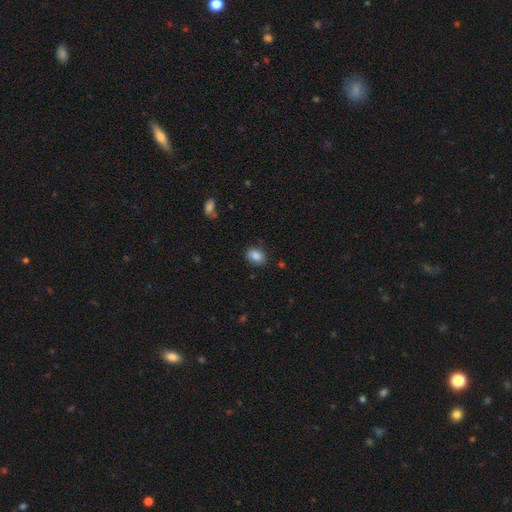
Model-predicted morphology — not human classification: This appears to be a smooth galaxy with no disk features (86%) that is in between round and cigar-shaped (77%). Merging: none (84%).